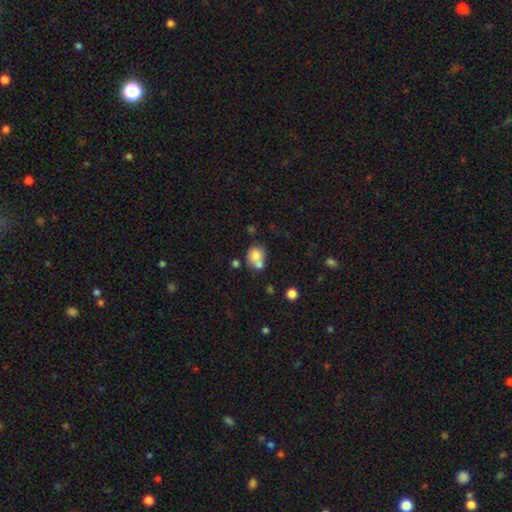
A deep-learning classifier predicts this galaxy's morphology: smooth-or-featured: smooth: 75% | featured or disk: 15% | star or artifact: 10%
  how-rounded: round: 60% | in between: 39% | cigar-shaped: 1%
  merging: merger: 42% | none: 37% | minor disturbance: 15% | major disturbance: 6%